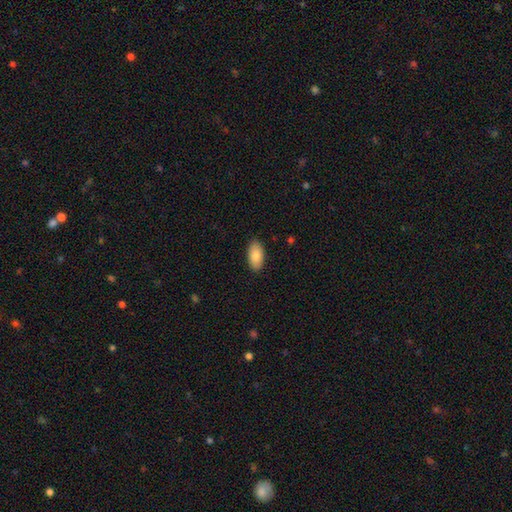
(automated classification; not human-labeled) smooth_or_featured: smooth (p=0.85) [alt: featured or disk p=0.09]
how_rounded: in between (p=0.94) [alt: cigar-shaped p=0.04]
merging: none (p=0.89) [alt: minor disturbance p=0.09]